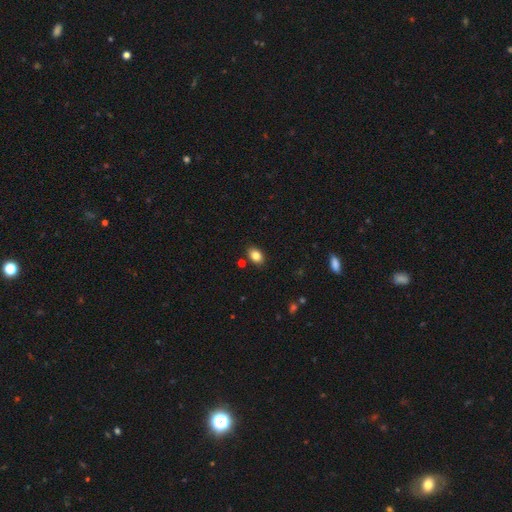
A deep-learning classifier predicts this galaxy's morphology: Q: Smooth or featured?
A: smooth (83%); runner-up: star or artifact (9%)
Q: How rounded?
A: in between (83%); runner-up: round (16%)
Q: Merging?
A: none (84%); runner-up: minor disturbance (10%)